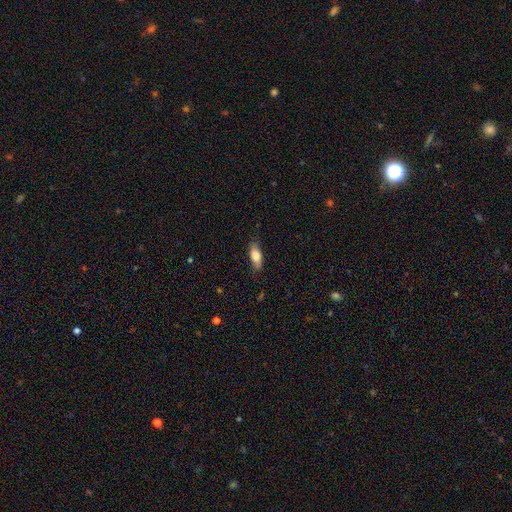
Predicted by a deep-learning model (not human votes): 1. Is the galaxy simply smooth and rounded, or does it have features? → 77% smooth, 16% featured or disk, 7% star or artifact.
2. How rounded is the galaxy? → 77% in between, 20% cigar-shaped, 3% round.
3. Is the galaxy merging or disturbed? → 76% none, 19% minor disturbance, 4% major disturbance, 1% merger.